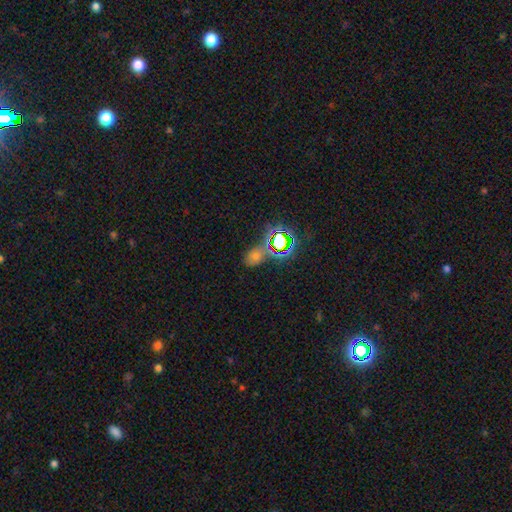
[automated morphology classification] smooth_or_featured: star or artifact (p=0.54) [alt: smooth p=0.33]